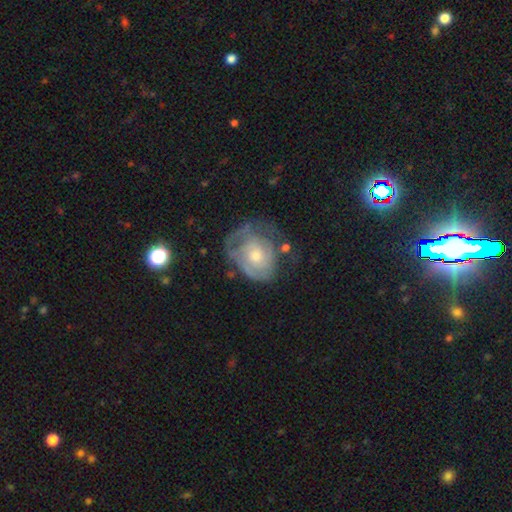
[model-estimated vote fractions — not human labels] Overall: featured or disk (71%). Edge-on disk: no (97%). Bar: no (79%). Spiral arms: yes (77%). Spiral arm count: can't tell (46%; 2 27%). Spiral winding: tight (62%; medium 27%). Bulge size: moderate (58%; small 30%). Merging: none (50%; minor disturbance 27%).